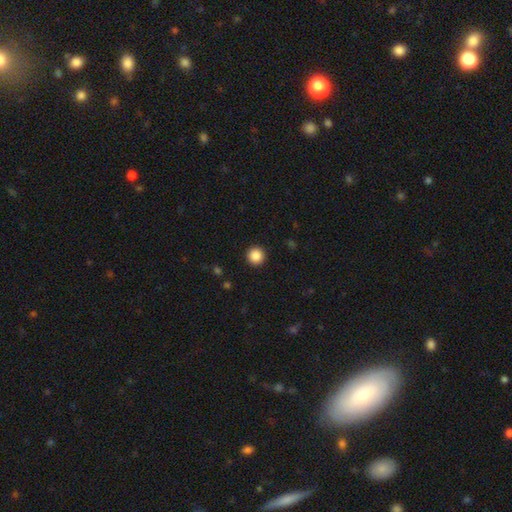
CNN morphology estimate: Smooth or featured? smooth (87%)
How rounded? round (96%)
Merging? none (93%)